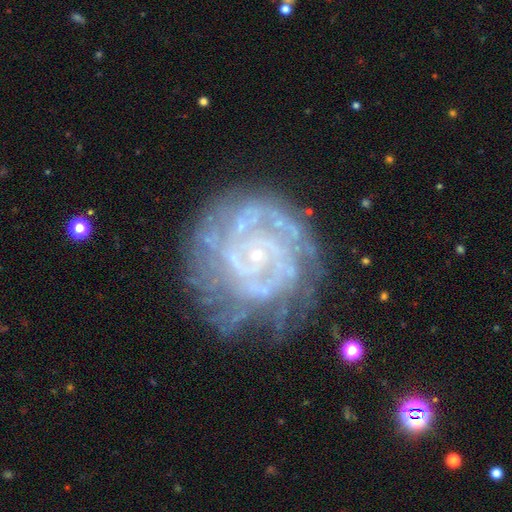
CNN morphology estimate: smooth-or-featured: featured or disk: 86% | smooth: 7% | star or artifact: 7%
  disk-edge-on: no: 98% | yes: 2%
    bar: no: 73% | weak: 20% | strong: 6%
    has-spiral-arms: yes: 94% | no: 6%
      spiral-winding: tight: 76% | medium: 19% | loose: 5%
      spiral-arm-count: can't tell: 34% | 2: 20% | 3: 17% | 4: 14% | more than 4: 9% | 1: 7%
    bulge-size: small: 87% | moderate: 7% | none: 4% | large: 1% | dominant: 1%
  merging: none: 66% | minor disturbance: 21% | major disturbance: 11% | merger: 2%